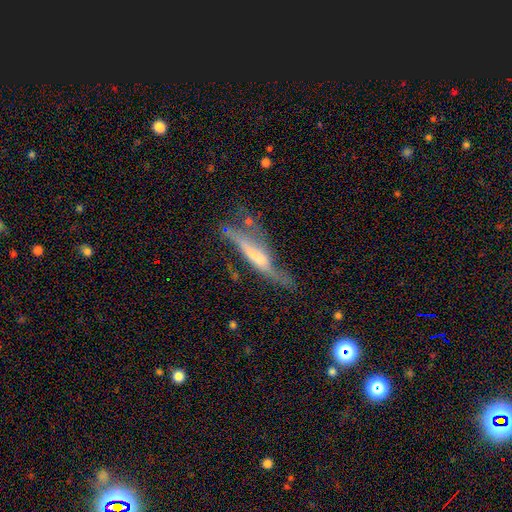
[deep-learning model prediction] Q: Smooth or featured?
A: featured or disk (62%); runner-up: smooth (30%)
Q: Edge-on disk?
A: yes (71%); runner-up: no (29%)
Q: Merging?
A: none (41%); runner-up: minor disturbance (27%)